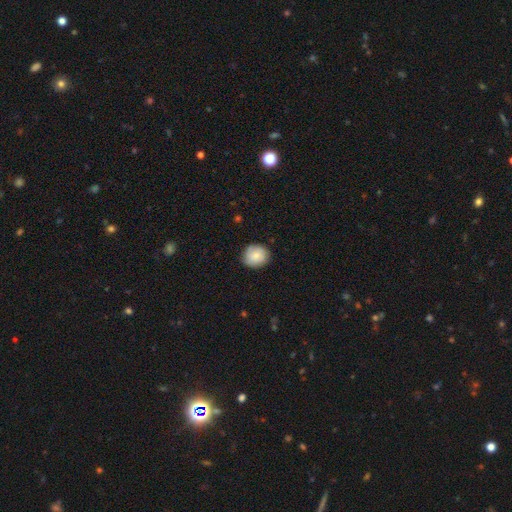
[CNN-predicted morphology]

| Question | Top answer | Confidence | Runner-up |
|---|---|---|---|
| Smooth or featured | smooth | 84% | featured or disk (9%) |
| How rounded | round | 80% | in between (19%) |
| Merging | none | 84% | minor disturbance (12%) |